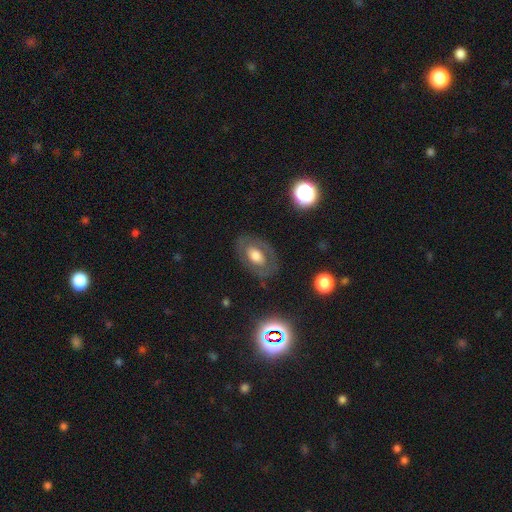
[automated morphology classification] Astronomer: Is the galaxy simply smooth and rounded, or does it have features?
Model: featured or disk — 47% (runner-up: smooth, 45%).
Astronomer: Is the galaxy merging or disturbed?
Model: none — 77%.